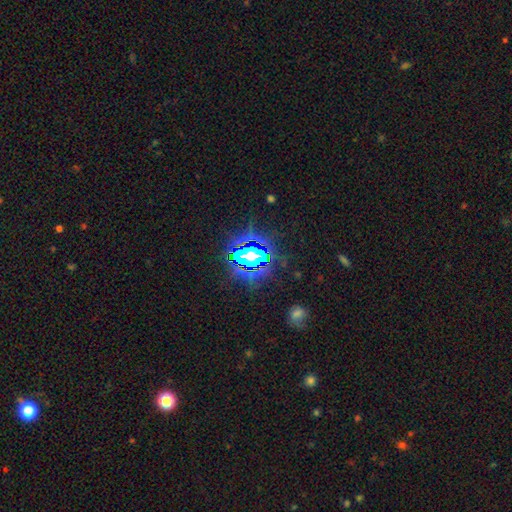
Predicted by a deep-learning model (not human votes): star or artifact 79%, smooth 12%, featured or disk 9%.